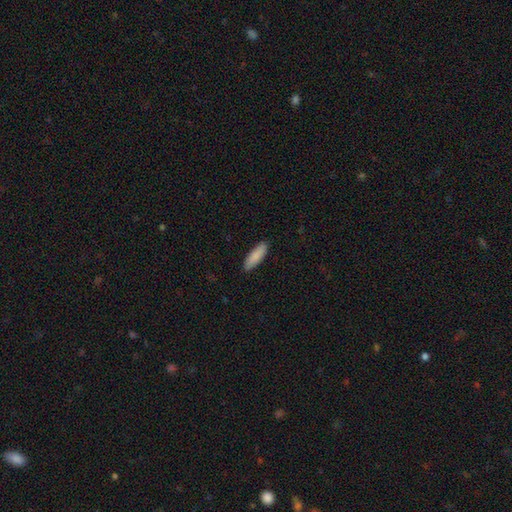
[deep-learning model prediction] Smooth or featured?
  - smooth: 87% *
  - featured or disk: 8%
  - star or artifact: 5%
How rounded?
  - cigar-shaped: 50% *
  - in between: 49%
  - round: 2%
Merging?
  - none: 88% *
  - minor disturbance: 9%
  - major disturbance: 2%
  - merger: 1%